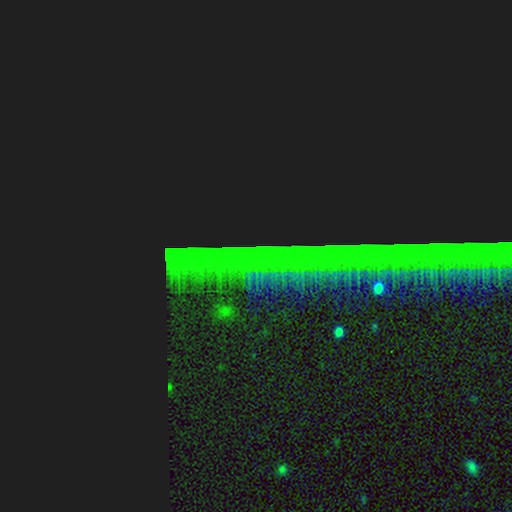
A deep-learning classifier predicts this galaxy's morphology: Smooth or featured: star or artifact — 85% (featured or disk — 8%)